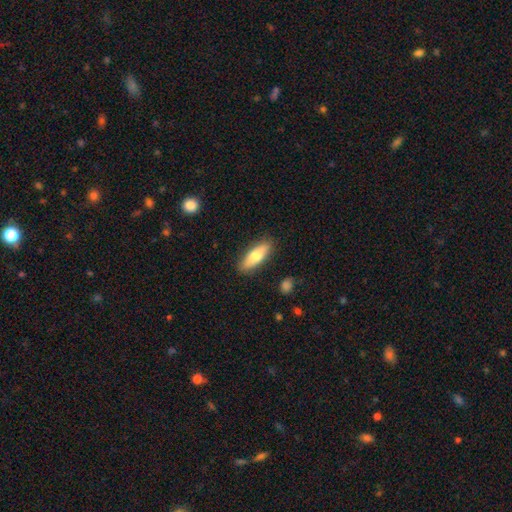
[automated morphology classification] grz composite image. It shows a smooth galaxy with no disk features (70%) that is in between round and cigar-shaped (59%). Merging: none (87%).